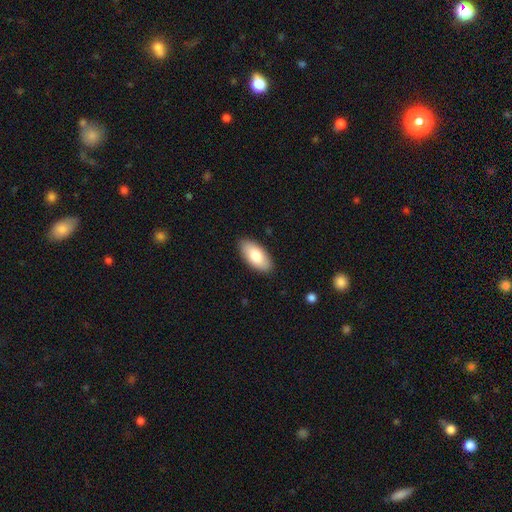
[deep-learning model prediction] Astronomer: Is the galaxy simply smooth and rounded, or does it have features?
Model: smooth — 80%.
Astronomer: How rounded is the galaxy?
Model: in between — 93%.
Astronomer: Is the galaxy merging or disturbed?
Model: none — 88%.